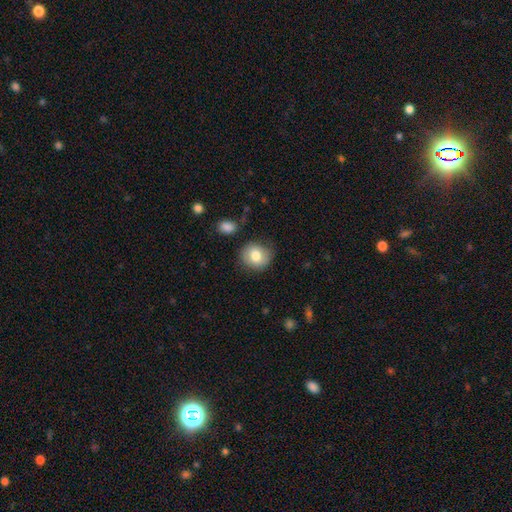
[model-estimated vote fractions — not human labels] The model was most divided on "how rounded": round: 74%, in between: 25%, cigar-shaped: 1%. More confident: merging — none (78%); smooth or featured — smooth (78%).